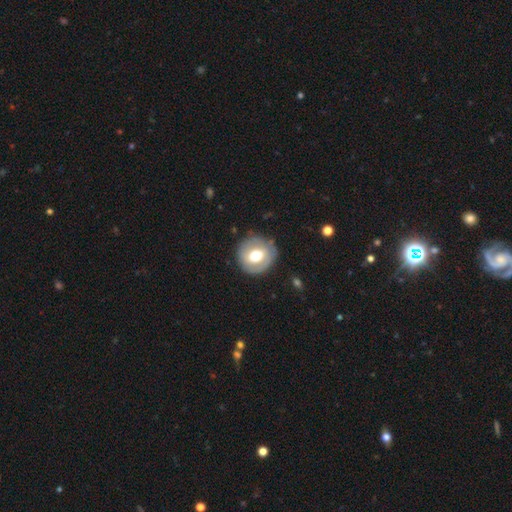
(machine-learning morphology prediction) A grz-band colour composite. It shows a smooth galaxy with no disk features (56%) that is round (87%). Merging: none (80%).